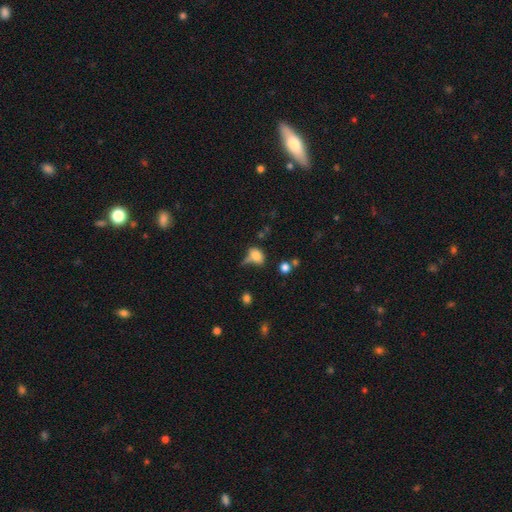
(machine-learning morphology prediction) The model was most divided on "merging": none: 42%, minor disturbance: 27%, merger: 16%, major disturbance: 15%. More confident: smooth or featured — smooth (80%); how rounded — in between (73%).